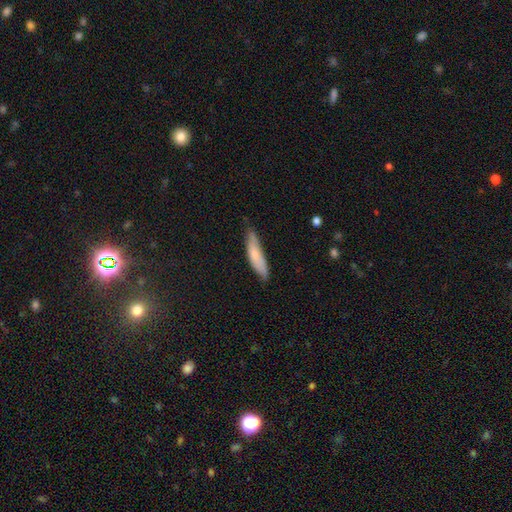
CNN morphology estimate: type=smooth (74%); roundness=cigar-shaped (73%); merging=none (69%).